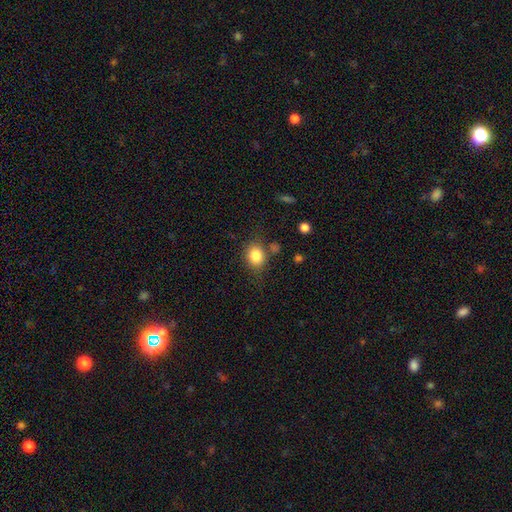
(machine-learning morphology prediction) This is clearly a smooth galaxy (83%). How rounded: possibly round (53%). Merging: likely none (70%).